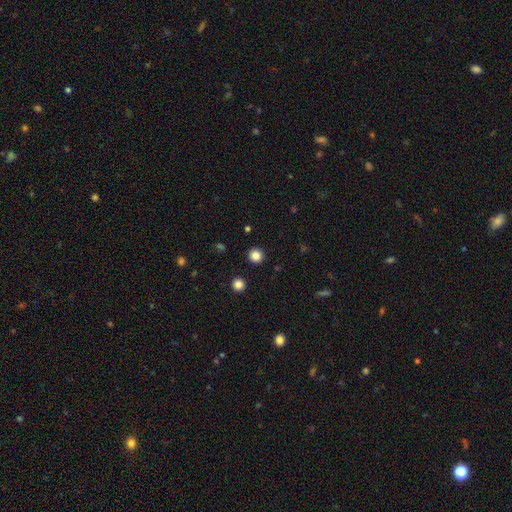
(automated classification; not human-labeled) Smooth or featured: smooth — 84% (star or artifact — 12%)
How rounded: round — 94% (in between — 5%)
Merging: none — 93% (minor disturbance — 4%)